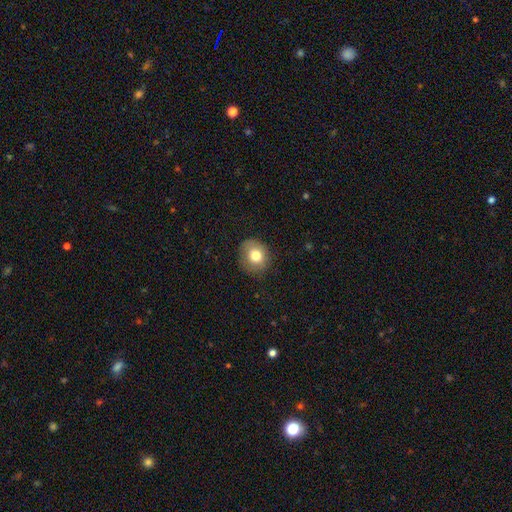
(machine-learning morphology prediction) The model was most divided on "how rounded": round: 78%, in between: 21%, cigar-shaped: 1%. More confident: merging — none (79%); smooth or featured — smooth (78%).